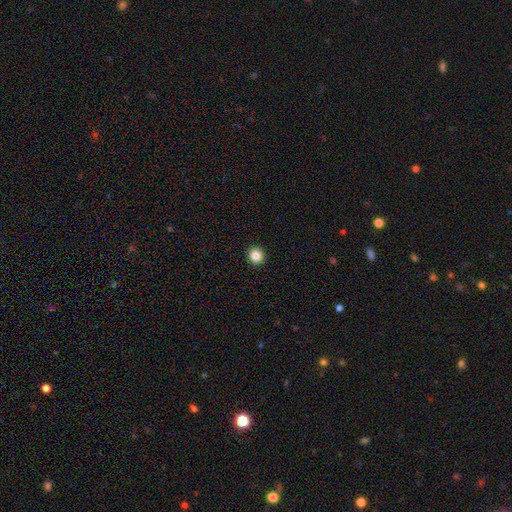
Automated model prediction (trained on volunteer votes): Smooth or featured: smooth — 85% (star or artifact — 11%)
How rounded: round — 94% (in between — 5%)
Merging: none — 94% (minor disturbance — 4%)